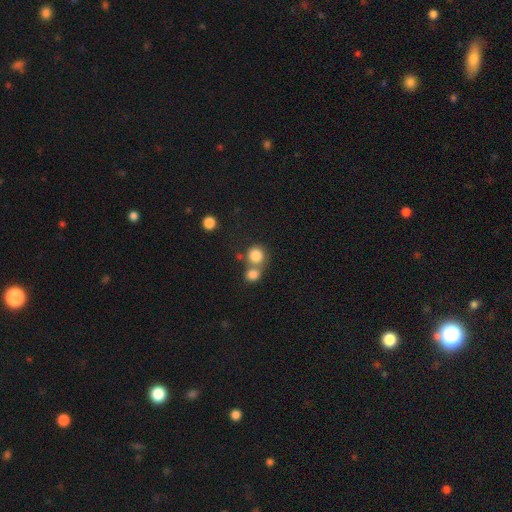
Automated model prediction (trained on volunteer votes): Smooth or featured: smooth — 82% (star or artifact — 10%)
How rounded: round — 86% (in between — 13%)
Merging: merger — 47% (none — 42%)